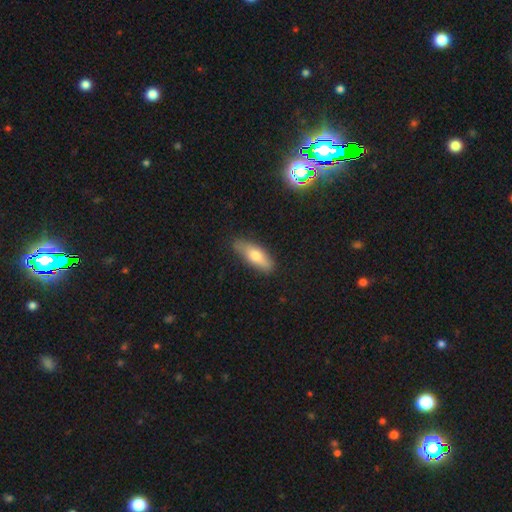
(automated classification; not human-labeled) Q: Smooth or featured?
A: smooth (67%); runner-up: featured or disk (25%)
Q: How rounded?
A: in between (56%); runner-up: cigar-shaped (41%)
Q: Merging?
A: none (83%); runner-up: minor disturbance (13%)